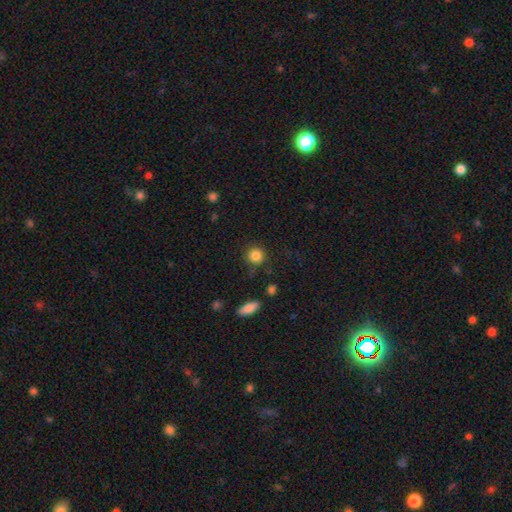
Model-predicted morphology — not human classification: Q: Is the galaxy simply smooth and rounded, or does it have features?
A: smooth — 85%.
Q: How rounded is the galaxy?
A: round — 91%.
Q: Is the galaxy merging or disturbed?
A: none — 83%.